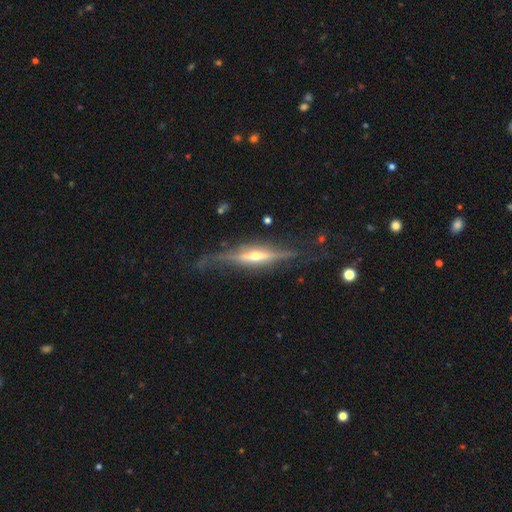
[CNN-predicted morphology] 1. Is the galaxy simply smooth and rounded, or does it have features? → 82% featured or disk, 12% smooth, 6% star or artifact.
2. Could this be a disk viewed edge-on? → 94% yes, 6% no.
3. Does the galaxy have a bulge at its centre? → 86% rounded, 8% boxy, 6% none.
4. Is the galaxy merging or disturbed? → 73% none, 17% minor disturbance, 8% major disturbance, 2% merger.